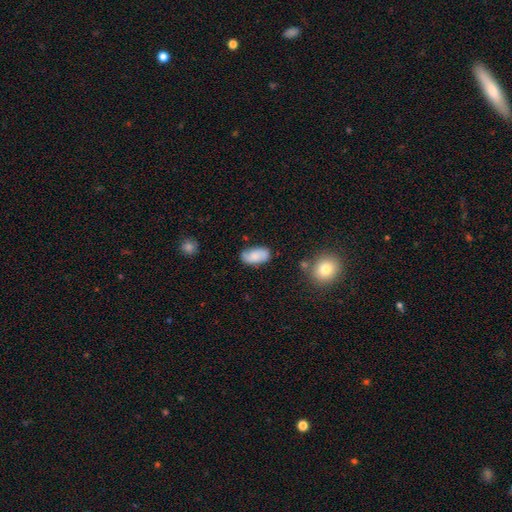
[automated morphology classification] smooth_or_featured: smooth (p=0.72) [alt: featured or disk p=0.20]
how_rounded: in between (p=0.94) [alt: round p=0.03]
merging: none (p=0.72) [alt: minor disturbance p=0.20]